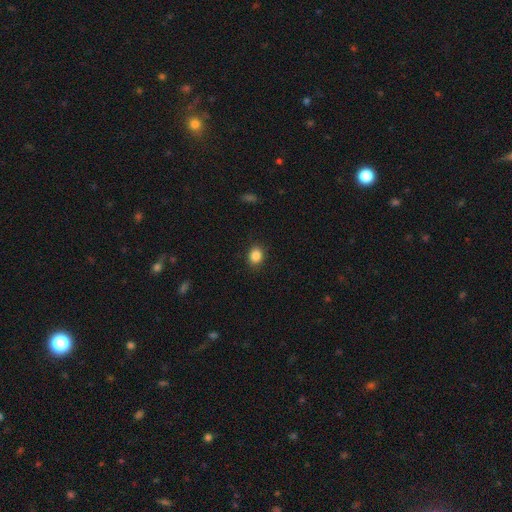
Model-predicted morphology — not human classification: A smooth galaxy with no disk features (86%) that is round (53%). Merging: none (89%).